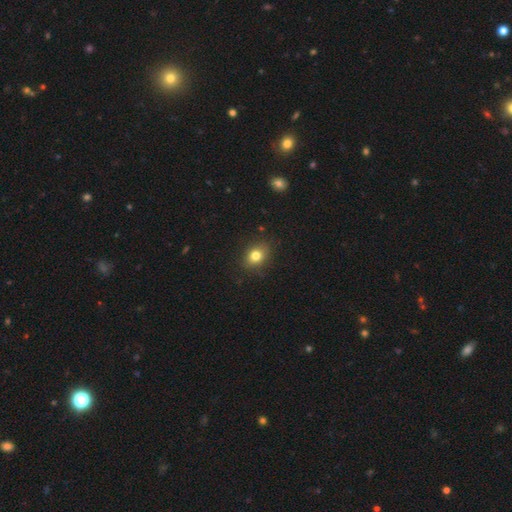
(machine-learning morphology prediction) Smooth or featured? Predicted: smooth (p=0.80). How rounded? Predicted: in between (p=0.56). Merging? Predicted: none (p=0.85).